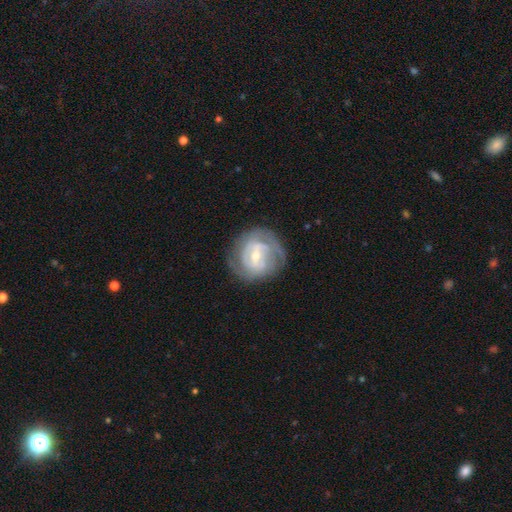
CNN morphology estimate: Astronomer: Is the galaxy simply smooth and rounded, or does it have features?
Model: featured or disk — 78%.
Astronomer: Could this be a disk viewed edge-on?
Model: no — 97%.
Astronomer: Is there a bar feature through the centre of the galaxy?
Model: weak — 51%.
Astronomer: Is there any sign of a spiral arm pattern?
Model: yes — 85%.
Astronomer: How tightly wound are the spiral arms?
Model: tight — 61%.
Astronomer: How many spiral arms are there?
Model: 2 — 40% (runner-up: can't tell, 35%).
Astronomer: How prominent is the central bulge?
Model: moderate — 48% (runner-up: small, 47%).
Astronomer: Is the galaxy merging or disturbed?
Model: none — 72%.